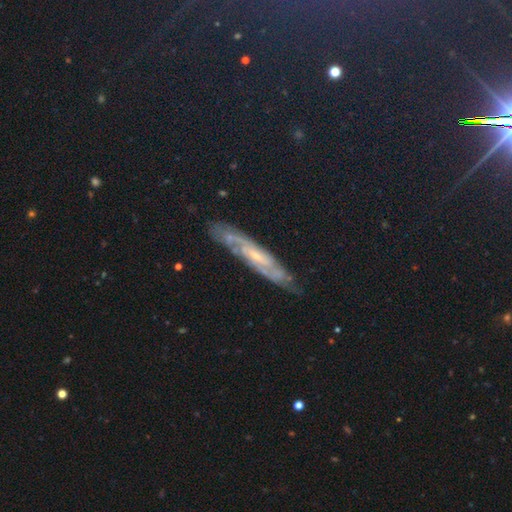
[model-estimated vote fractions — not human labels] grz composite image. It shows a featured or disk galaxy (74%). Merging: none (75%).